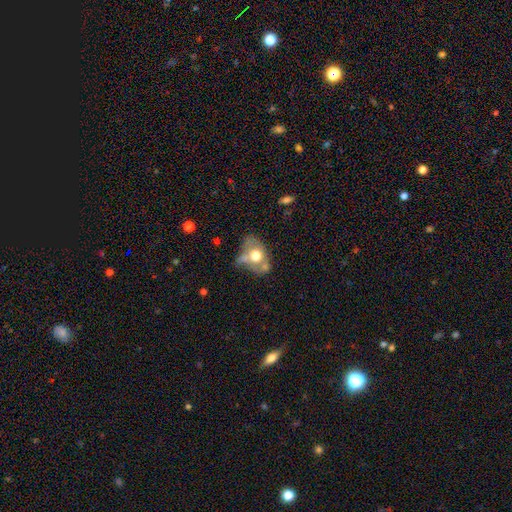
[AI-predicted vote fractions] smooth 56%, featured or disk 35%, star or artifact 9%. Down the decision tree: how rounded — in between (62%); merging — none (30%).